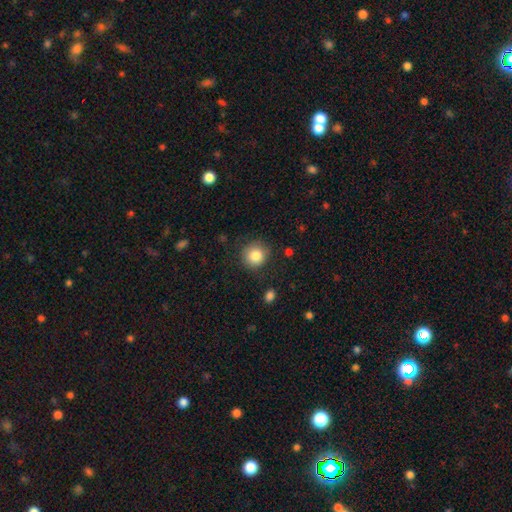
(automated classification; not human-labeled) Smooth or featured? smooth (84%)
How rounded? round (90%)
Merging? none (84%)